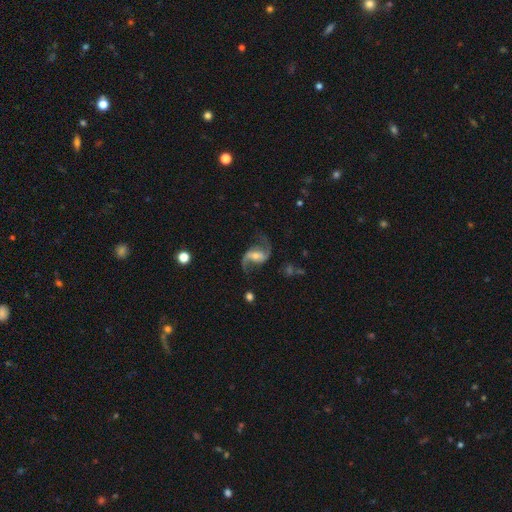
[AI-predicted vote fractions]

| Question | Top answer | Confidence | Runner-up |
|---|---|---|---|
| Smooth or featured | featured or disk | 89% | smooth (6%) |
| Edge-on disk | no | 97% | yes (3%) |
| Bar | weak | 40% | strong (35%) |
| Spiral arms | yes | 97% | no (3%) |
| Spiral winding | loose | 70% | medium (25%) |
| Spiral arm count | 2 | 93% | 1 (2%) |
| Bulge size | small | 47% | moderate (44%) |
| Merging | none | 75% | minor disturbance (13%) |